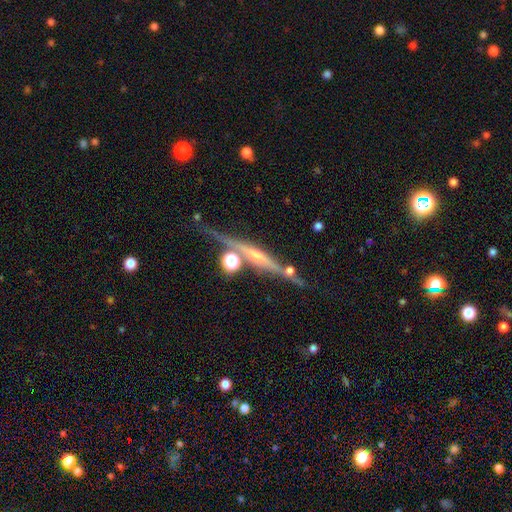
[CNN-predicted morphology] smooth_or_featured: featured or disk (p=0.77) [alt: smooth p=0.13]
disk_edge_on: yes (p=0.96) [alt: no p=0.04]
edge_on_bulge: rounded (p=0.63) [alt: none p=0.24]
merging: none (p=0.75) [alt: minor disturbance p=0.13]